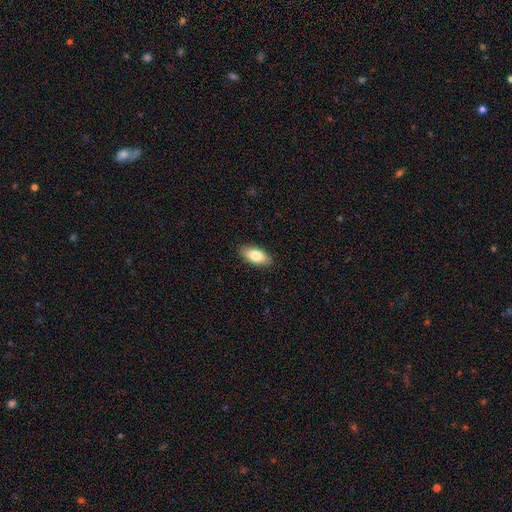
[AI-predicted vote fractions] Smooth or featured? Predicted: smooth (p=0.82). How rounded? Predicted: in between (p=0.88). Merging? Predicted: none (p=0.88).